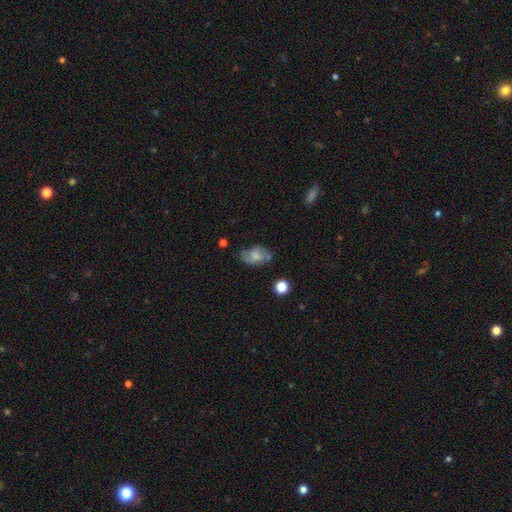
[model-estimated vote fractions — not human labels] Overall: smooth (55%; featured or disk 35%). How rounded: in between (88%). Merging: none (57%; minor disturbance 28%).